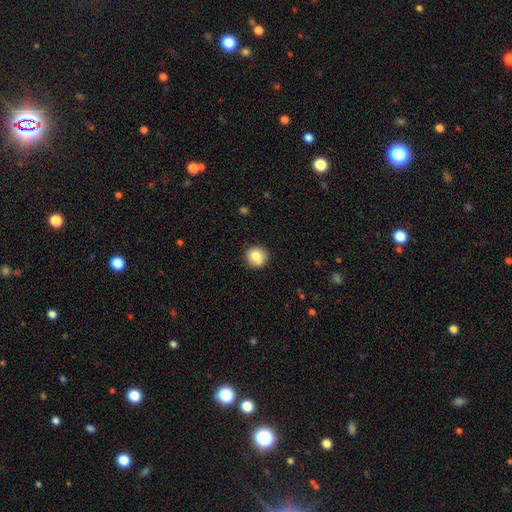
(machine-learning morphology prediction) A smooth galaxy with no disk features (78%) that is round (90%). Merging: none (78%).